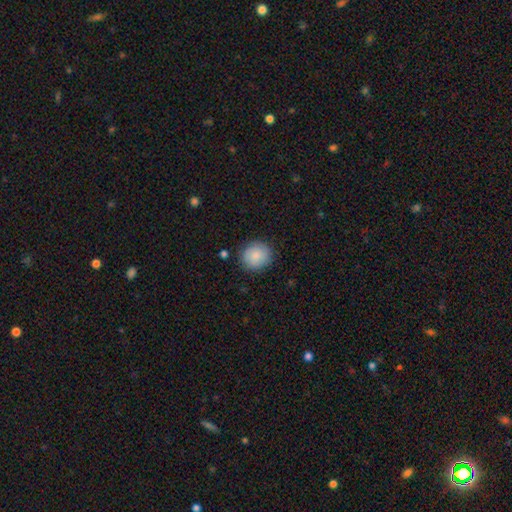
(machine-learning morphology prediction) The model was most divided on "how rounded": round: 89%, in between: 10%, cigar-shaped: 1%. More confident: merging — none (88%); smooth or featured — smooth (87%).